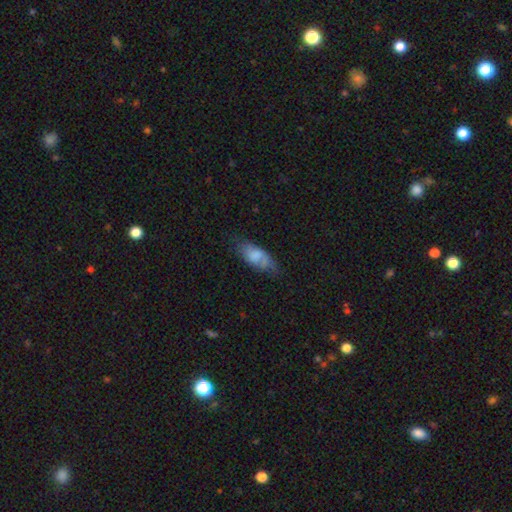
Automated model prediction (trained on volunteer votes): Morphology: type=smooth (66%); roundness=in between (85%); merging=none (54%).